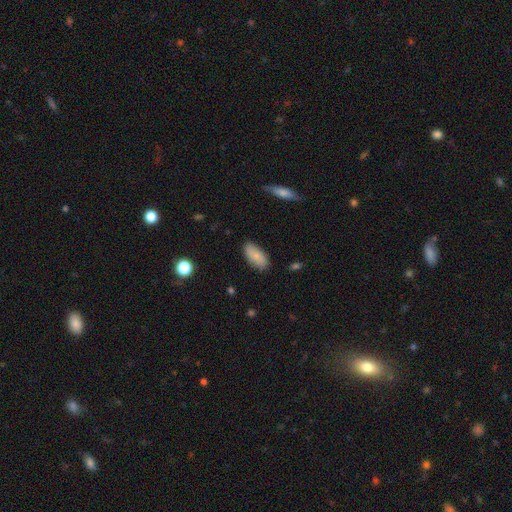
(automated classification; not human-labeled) Overall: smooth (81%). How rounded: in between (91%). Merging: none (84%).